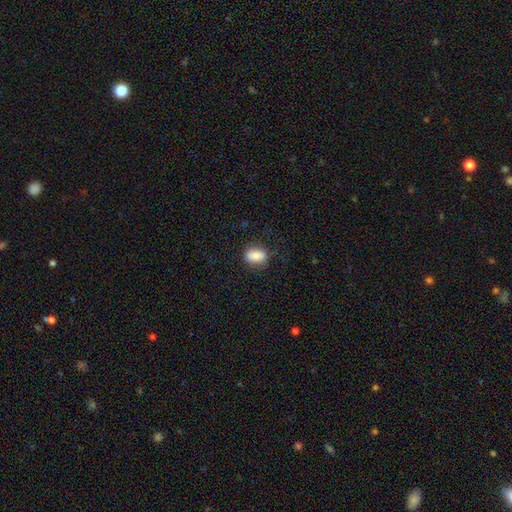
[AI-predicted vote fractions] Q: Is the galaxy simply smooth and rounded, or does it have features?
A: smooth — 82%.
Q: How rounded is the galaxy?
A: in between — 75%.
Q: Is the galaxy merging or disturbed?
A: none — 76%.